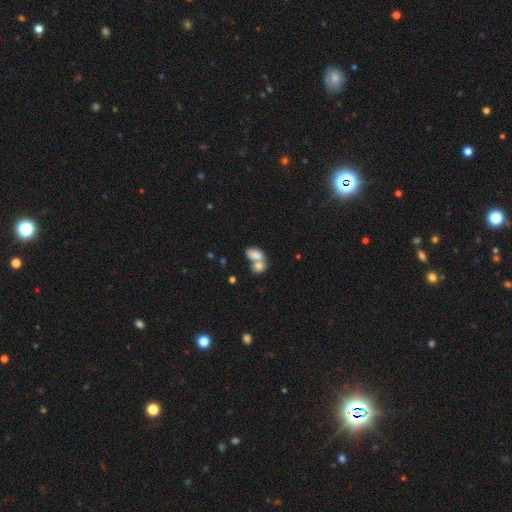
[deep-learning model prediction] This appears to be a smooth galaxy with no disk features (79%) that is in between round and cigar-shaped (84%). Merging: merger (68%).